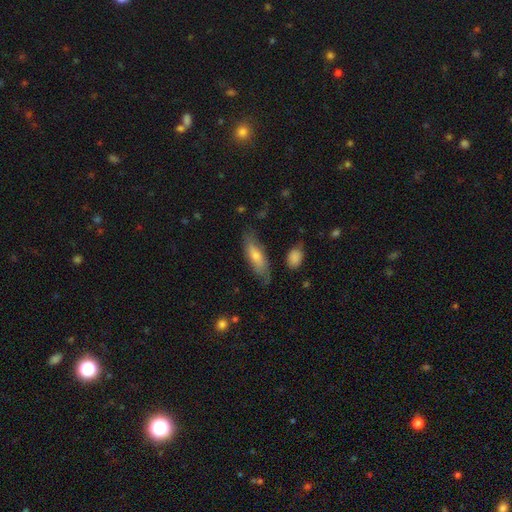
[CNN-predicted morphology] type=smooth (55%); roundness=in between (53%); merging=none (67%).